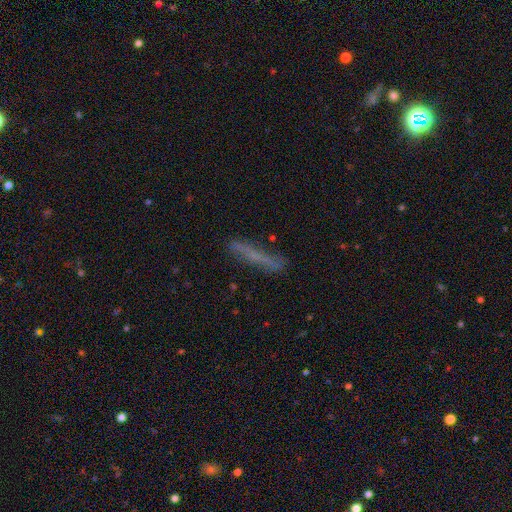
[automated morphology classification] The model was most divided on "smooth or featured": smooth: 49%, featured or disk: 39%, star or artifact: 12%. More confident: merging — none (76%).